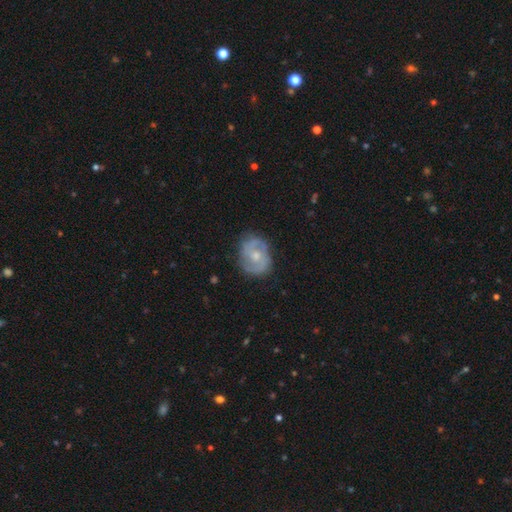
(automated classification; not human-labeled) This appears to be a featured or disk galaxy (69%) with no bar (64%), 2 (71%) medium (44%) spiral arms (80%) and a moderate central bulge (58%). Merging: none (74%).